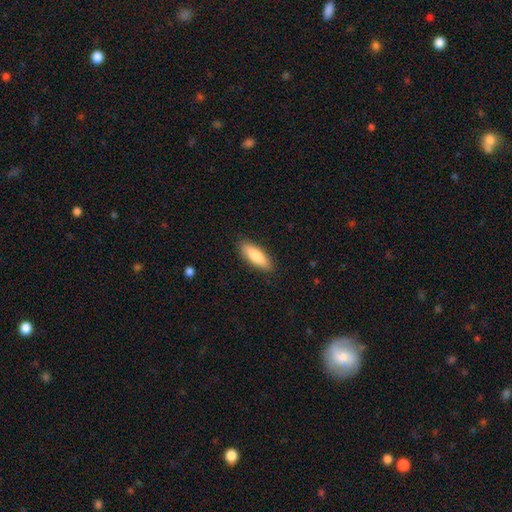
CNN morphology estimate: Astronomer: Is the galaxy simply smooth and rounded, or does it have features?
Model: smooth — 81%.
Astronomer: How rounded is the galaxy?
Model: in between — 54% (runner-up: cigar-shaped, 44%).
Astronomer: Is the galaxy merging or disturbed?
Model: none — 87%.